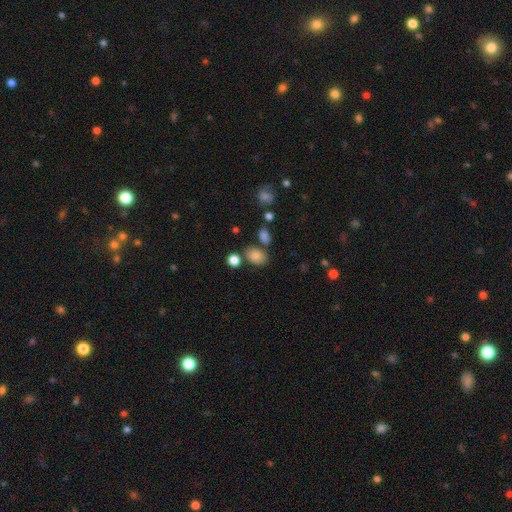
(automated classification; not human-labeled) Smooth or featured?
  - smooth: 81% *
  - star or artifact: 12%
  - featured or disk: 8%
How rounded?
  - in between: 70% *
  - round: 29%
  - cigar-shaped: 1%
Merging?
  - none: 66% *
  - minor disturbance: 15%
  - merger: 14%
  - major disturbance: 5%